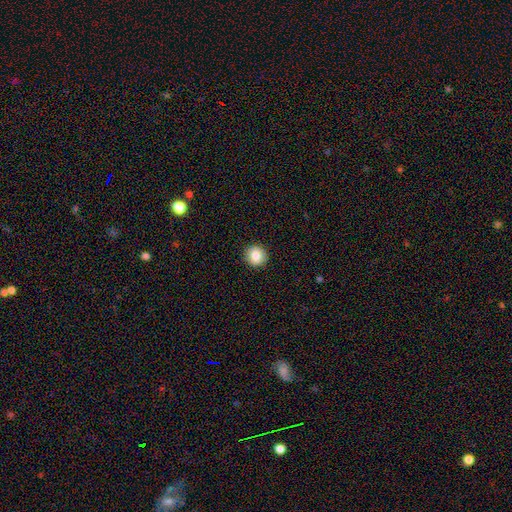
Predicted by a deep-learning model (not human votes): This appears to be a smooth galaxy with no disk features (84%) that is round (90%). Merging: none (91%).